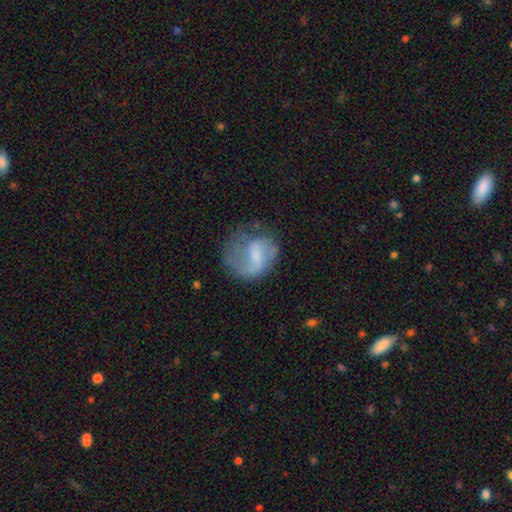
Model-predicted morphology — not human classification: This is possibly a featured or disk galaxy (59%). It is clearly not viewed edge-on (98%). Bar: possibly weak (52%). Spiral arm pattern: likely yes (76%). Central bulge: marginally small (36%). Merging: marginally none (45%).